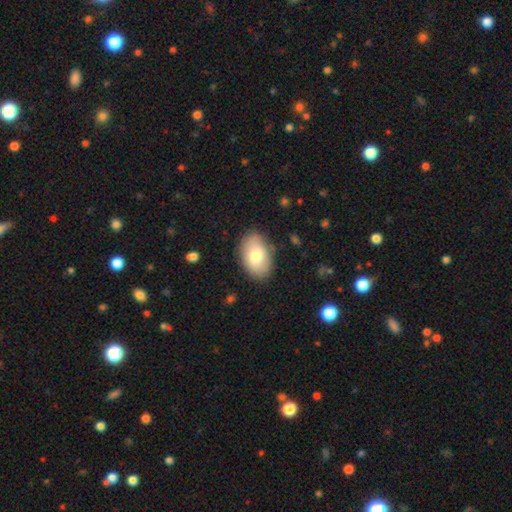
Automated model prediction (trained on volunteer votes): This is likely a smooth galaxy (75%). How rounded: clearly in between (90%). Merging: clearly none (84%).